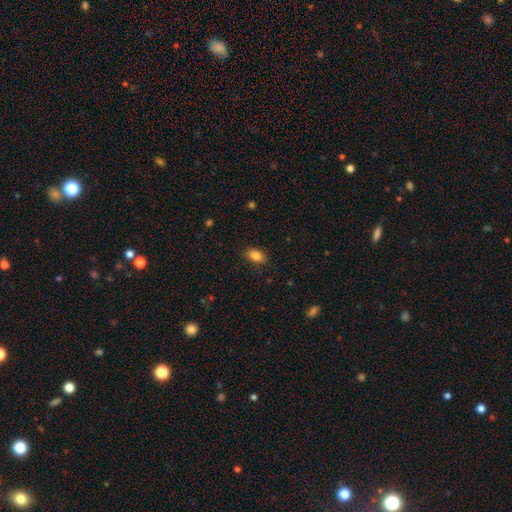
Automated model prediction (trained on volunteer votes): This is clearly a smooth galaxy (85%). How rounded: clearly in between (88%). Merging: clearly none (85%).